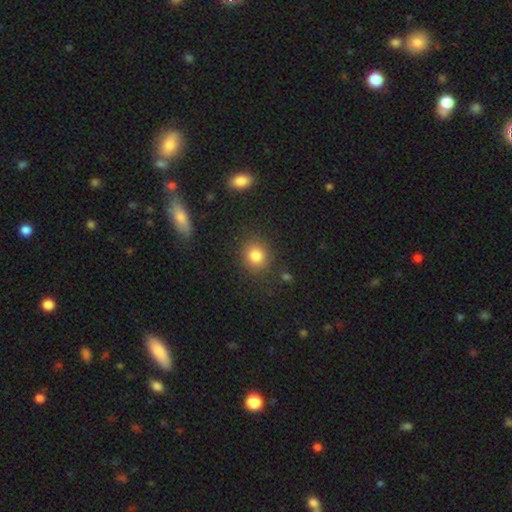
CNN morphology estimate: Smooth or featured?
  - smooth: 83% *
  - star or artifact: 11%
  - featured or disk: 6%
How rounded?
  - round: 79% *
  - in between: 20%
  - cigar-shaped: 1%
Merging?
  - none: 85% *
  - minor disturbance: 9%
  - major disturbance: 3%
  - merger: 3%